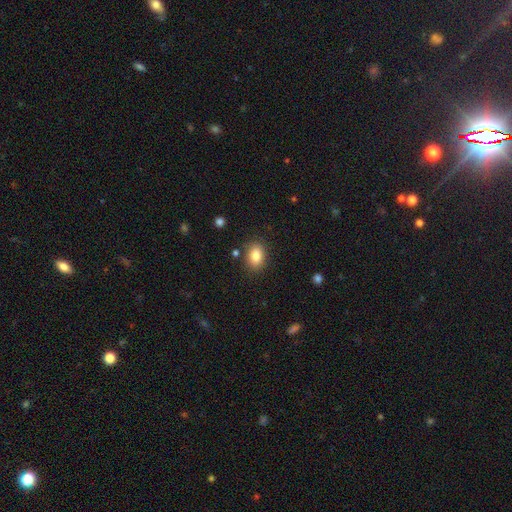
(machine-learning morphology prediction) This is clearly a smooth galaxy (83%). How rounded: likely in between (74%). Merging: clearly none (84%).